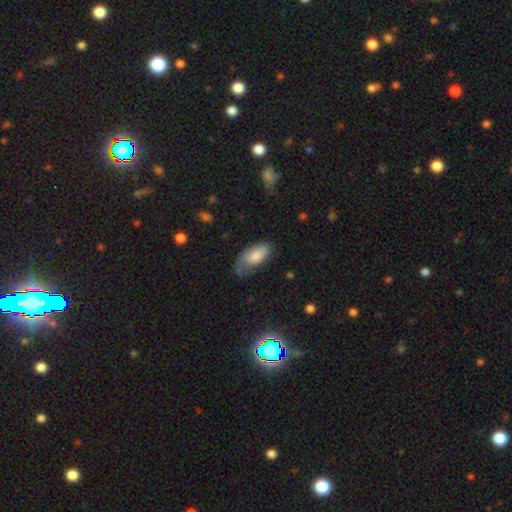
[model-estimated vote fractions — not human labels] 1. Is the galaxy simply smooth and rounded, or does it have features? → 78% smooth, 15% featured or disk, 6% star or artifact.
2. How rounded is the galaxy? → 92% in between, 6% cigar-shaped, 2% round.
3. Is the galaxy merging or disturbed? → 38% none, 36% minor disturbance, 23% major disturbance, 3% merger.